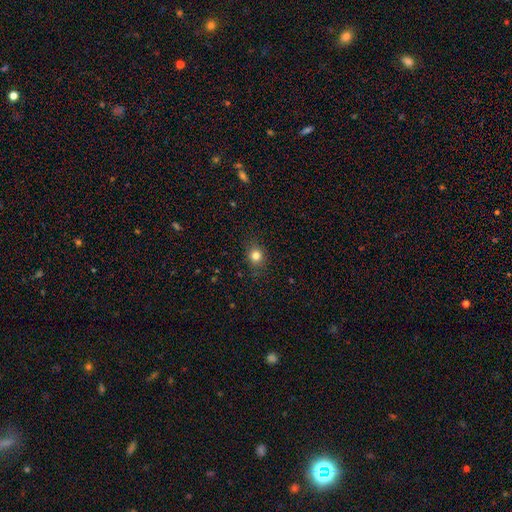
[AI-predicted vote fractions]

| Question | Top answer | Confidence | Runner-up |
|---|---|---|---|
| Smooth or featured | smooth | 80% | star or artifact (13%) |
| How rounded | round | 75% | in between (24%) |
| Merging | none | 86% | minor disturbance (10%) |